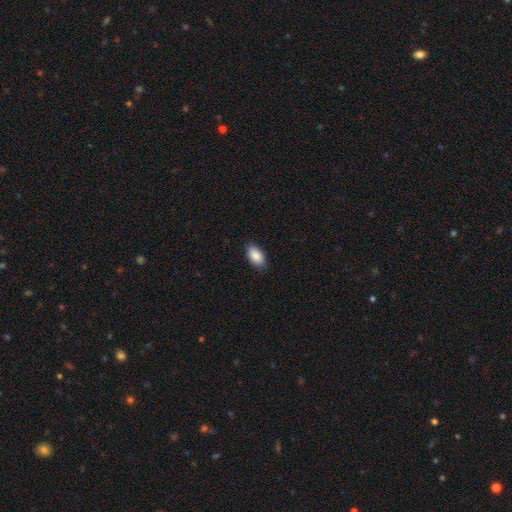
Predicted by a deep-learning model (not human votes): A smooth galaxy with no disk features (88%) that is in between round and cigar-shaped (94%).

Vote fractions:
- Smooth or featured? smooth: 88% / star or artifact: 7% / featured or disk: 5%
- How rounded? in between: 94% / round: 4% / cigar-shaped: 3%
- Merging? none: 86% / minor disturbance: 11% / major disturbance: 2% / merger: 1%